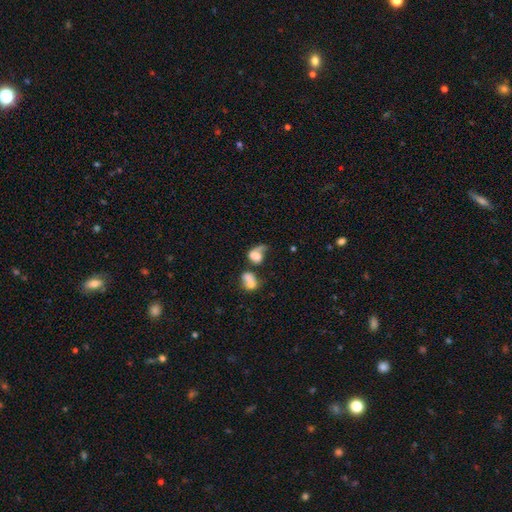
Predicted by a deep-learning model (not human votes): smooth_or_featured: smooth (p=0.58) [alt: featured or disk p=0.30]
how_rounded: in between (p=0.60) [alt: round p=0.38]
merging: merger (p=0.47) [alt: major disturbance p=0.25]